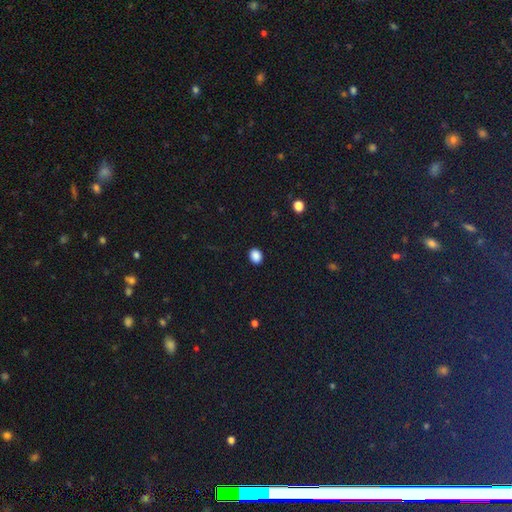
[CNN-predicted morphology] smooth 88%, star or artifact 10%, featured or disk 3%. Down the decision tree: how rounded — in between (57%); merging — none (91%).